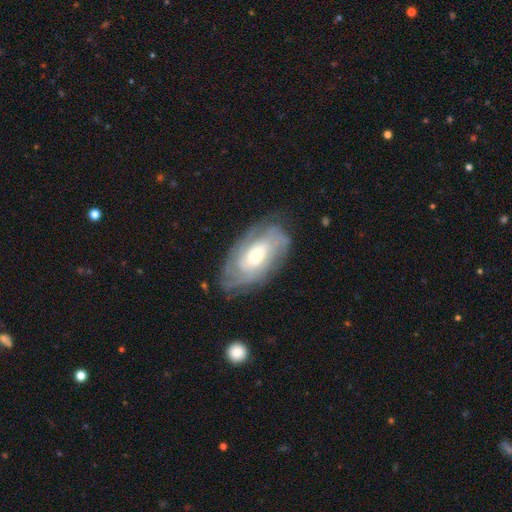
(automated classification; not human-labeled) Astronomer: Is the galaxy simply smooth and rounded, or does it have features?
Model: featured or disk — 75%.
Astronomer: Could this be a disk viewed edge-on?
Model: no — 93%.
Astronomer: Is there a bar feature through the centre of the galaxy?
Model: no — 59%.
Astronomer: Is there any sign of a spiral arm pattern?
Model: yes — 89%.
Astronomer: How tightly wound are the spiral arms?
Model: tight — 67%.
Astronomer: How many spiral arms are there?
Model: can't tell — 47%.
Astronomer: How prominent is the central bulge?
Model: moderate — 65%.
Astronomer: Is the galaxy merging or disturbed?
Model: none — 77%.